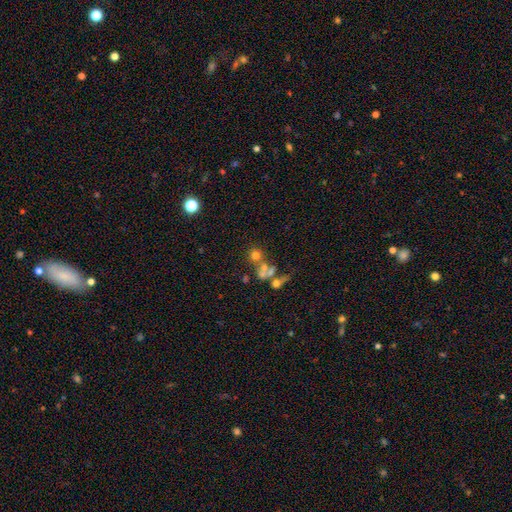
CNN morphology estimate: Smooth or featured?
  - smooth: 57% *
  - featured or disk: 24%
  - star or artifact: 19%
How rounded?
  - round: 82% *
  - in between: 16%
  - cigar-shaped: 2%
Merging?
  - merger: 45% *
  - none: 39%
  - major disturbance: 9%
  - minor disturbance: 8%